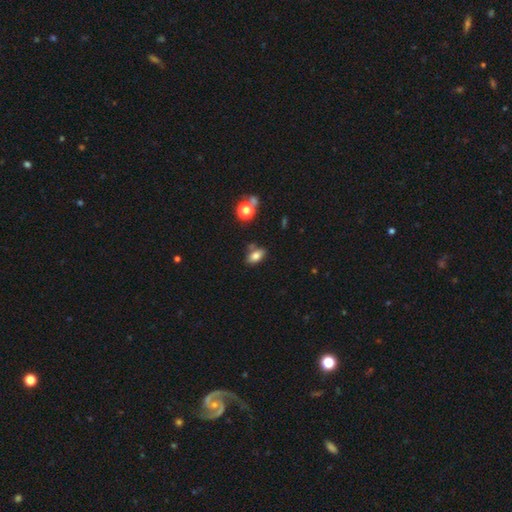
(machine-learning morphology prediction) This is likely a smooth galaxy (77%). How rounded: clearly in between (85%). Merging: likely none (73%).